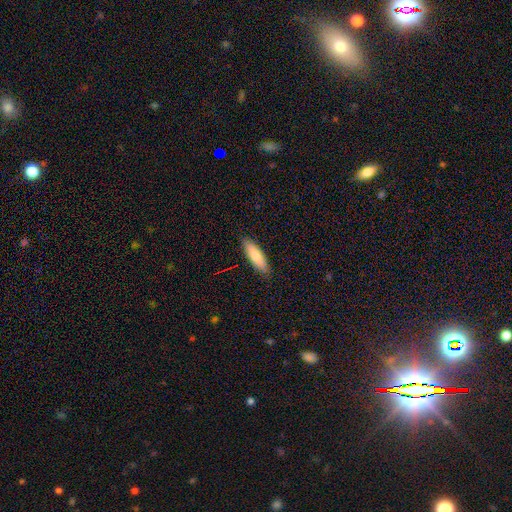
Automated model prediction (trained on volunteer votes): Q: Smooth or featured?
A: smooth (81%); runner-up: featured or disk (13%)
Q: How rounded?
A: cigar-shaped (50%); runner-up: in between (49%)
Q: Merging?
A: none (88%); runner-up: minor disturbance (9%)